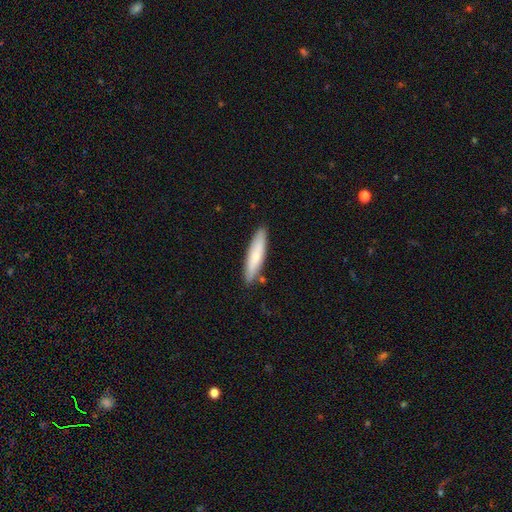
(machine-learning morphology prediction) Q: Smooth or featured?
A: smooth (66%); runner-up: featured or disk (28%)
Q: How rounded?
A: cigar-shaped (82%); runner-up: in between (17%)
Q: Merging?
A: none (85%); runner-up: minor disturbance (11%)